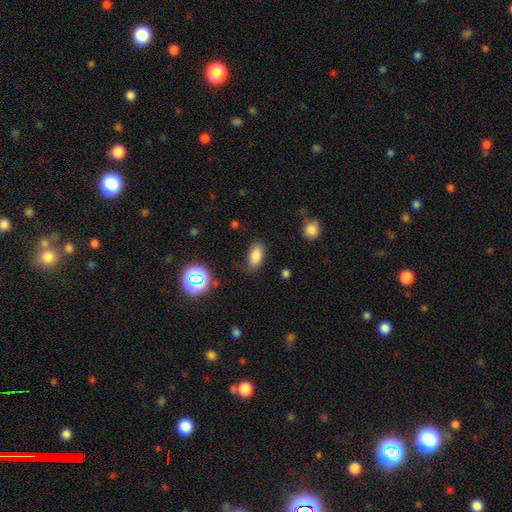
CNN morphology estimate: Smooth or featured?
  - smooth: 81% *
  - star or artifact: 12%
  - featured or disk: 7%
How rounded?
  - in between: 90% *
  - cigar-shaped: 6%
  - round: 5%
Merging?
  - none: 80% *
  - minor disturbance: 14%
  - major disturbance: 4%
  - merger: 2%